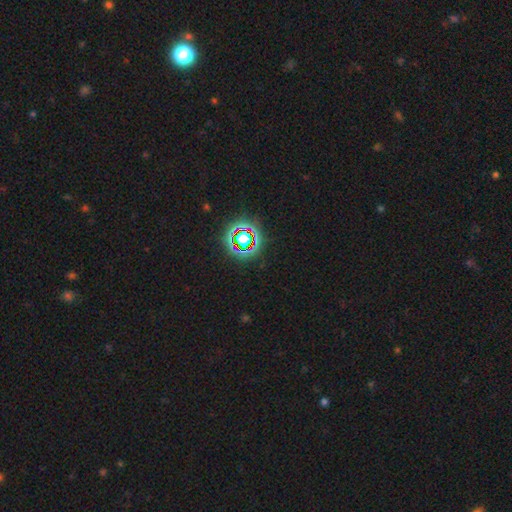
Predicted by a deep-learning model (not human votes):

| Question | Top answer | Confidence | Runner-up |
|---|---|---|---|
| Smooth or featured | star or artifact | 76% | smooth (15%) |